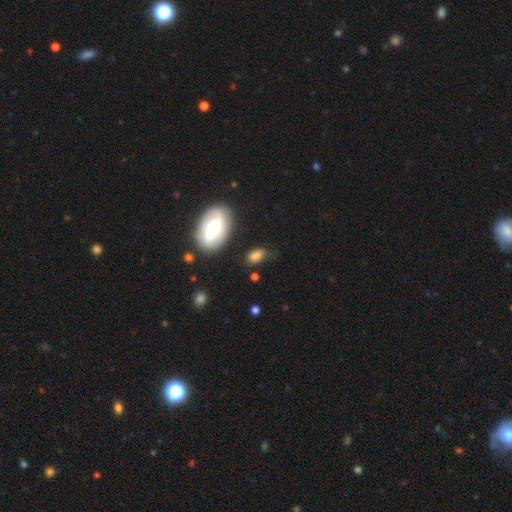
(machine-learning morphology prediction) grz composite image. It shows a smooth galaxy with no disk features (73%) that is in between round and cigar-shaped (83%). Merging: none (64%).